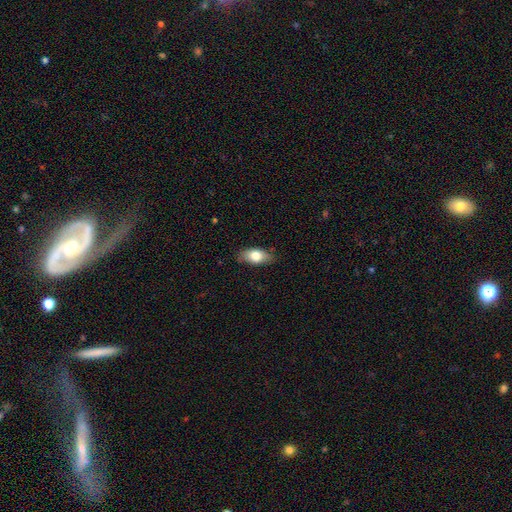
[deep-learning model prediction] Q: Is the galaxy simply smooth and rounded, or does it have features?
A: smooth — 77%.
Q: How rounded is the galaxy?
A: in between — 88%.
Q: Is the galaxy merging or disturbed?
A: none — 82%.